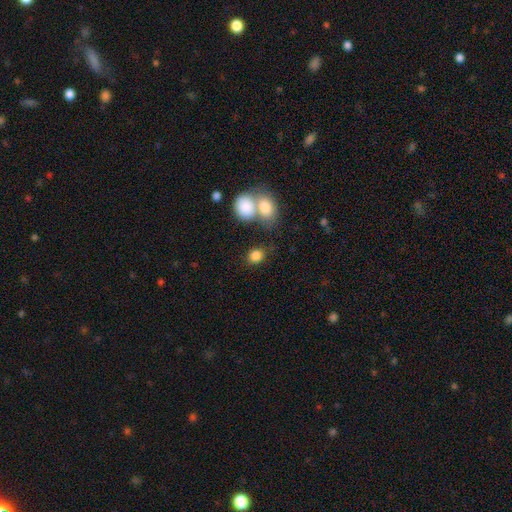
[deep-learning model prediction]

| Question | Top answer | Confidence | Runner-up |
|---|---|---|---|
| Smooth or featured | smooth | 84% | star or artifact (10%) |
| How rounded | round | 57% | in between (42%) |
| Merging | none | 61% | merger (22%) |